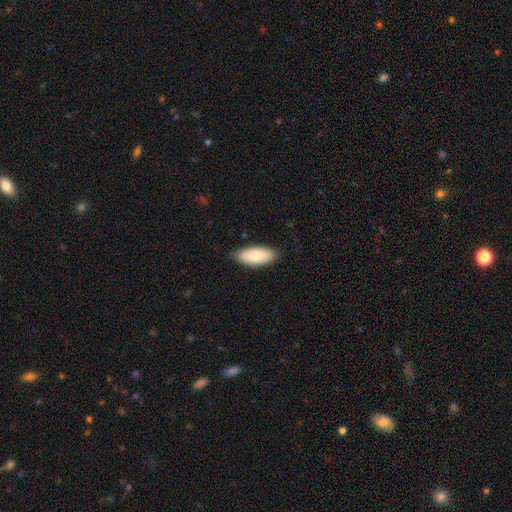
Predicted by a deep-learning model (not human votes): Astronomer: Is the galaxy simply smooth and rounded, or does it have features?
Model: smooth — 84%.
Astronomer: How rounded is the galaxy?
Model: in between — 82%.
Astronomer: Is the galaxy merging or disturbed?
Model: none — 85%.